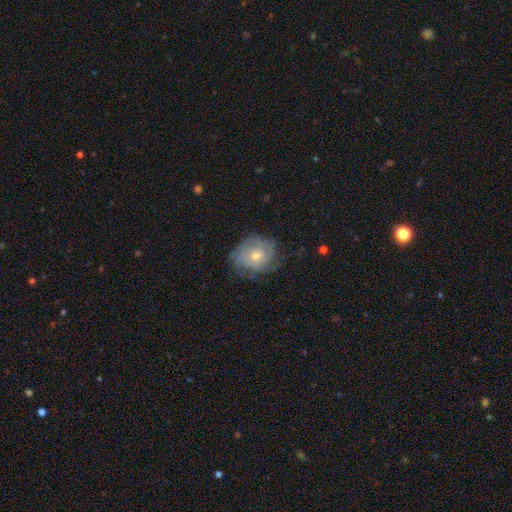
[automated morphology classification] type=featured or disk (55%); edge-on=no (96%); bar=no (83%); spiral arms=yes (73%); bulge=moderate (54%); merging=none (68%).